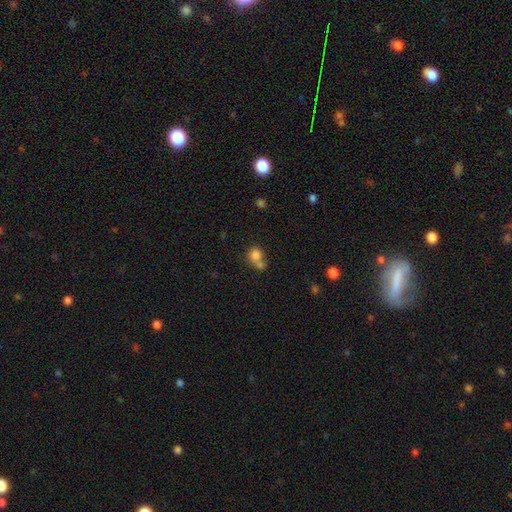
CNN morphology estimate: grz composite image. It shows a smooth galaxy with no disk features (79%) that is round (78%). Merging: merger (52%).